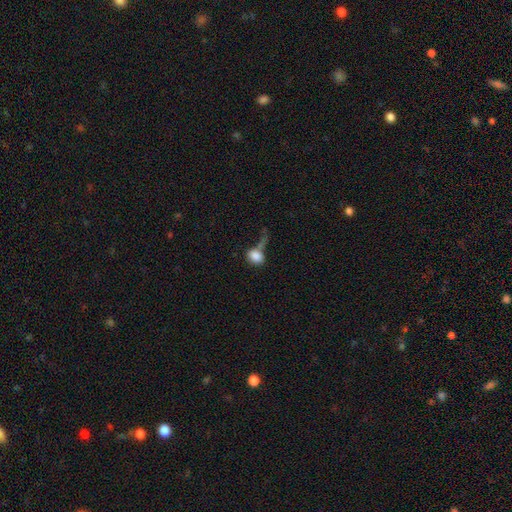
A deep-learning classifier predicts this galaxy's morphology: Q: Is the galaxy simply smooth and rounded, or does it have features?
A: smooth — 82%.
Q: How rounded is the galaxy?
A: in between — 67%.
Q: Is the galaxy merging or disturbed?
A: none — 34%.